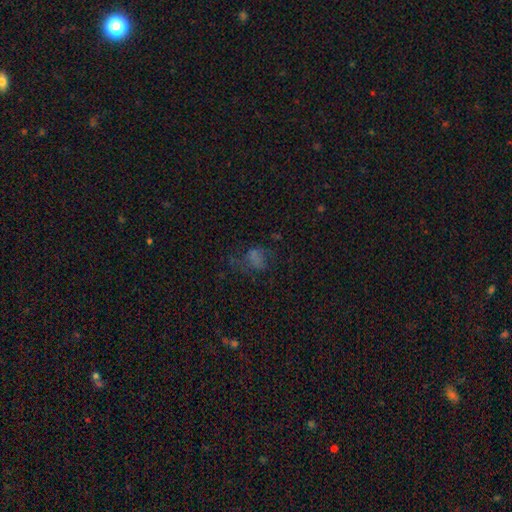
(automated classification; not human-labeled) smooth_or_featured: smooth (p=0.42) [alt: star or artifact p=0.33]
merging: none (p=0.43) [alt: major disturbance p=0.33]